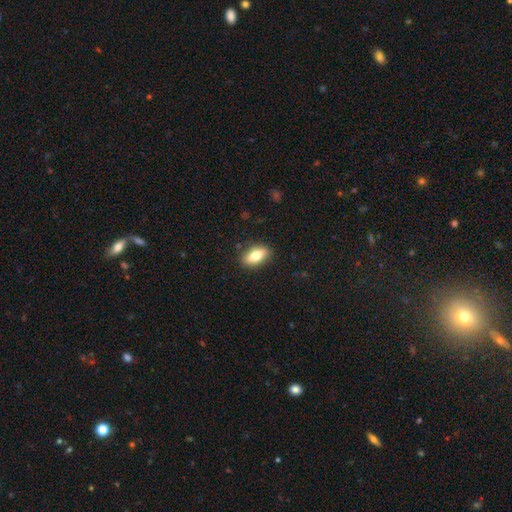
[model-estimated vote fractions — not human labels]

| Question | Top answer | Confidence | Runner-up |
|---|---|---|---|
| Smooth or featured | smooth | 74% | featured or disk (18%) |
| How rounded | in between | 86% | cigar-shaped (9%) |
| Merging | none | 86% | minor disturbance (10%) |